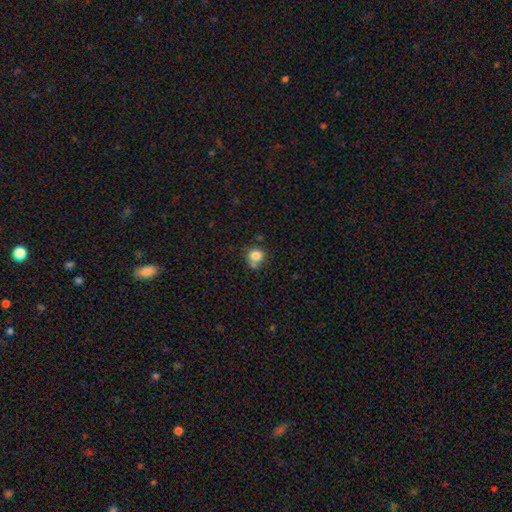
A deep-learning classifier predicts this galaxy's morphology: Smooth or featured? Predicted: smooth (p=0.81). How rounded? Predicted: round (p=0.78). Merging? Predicted: none (p=0.55).